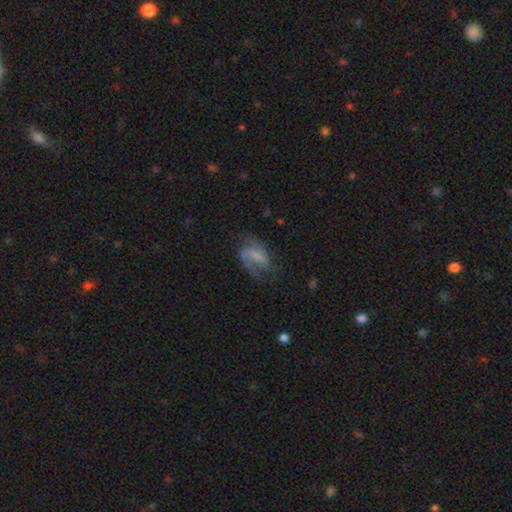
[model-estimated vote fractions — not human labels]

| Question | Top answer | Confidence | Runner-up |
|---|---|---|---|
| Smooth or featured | featured or disk | 63% | smooth (28%) |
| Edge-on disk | no | 96% | yes (4%) |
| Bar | weak | 45% | no (29%) |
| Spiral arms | yes | 83% | no (17%) |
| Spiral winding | medium | 43% | loose (40%) |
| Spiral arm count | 2 | 59% | 1 (19%) |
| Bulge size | none | 40% | small (32%) |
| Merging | none | 47% | major disturbance (27%) |